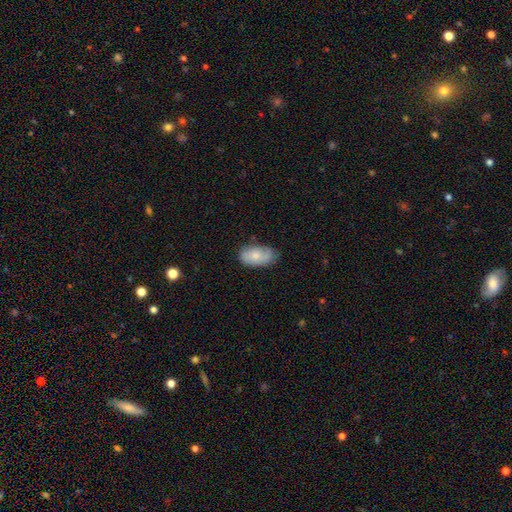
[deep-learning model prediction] Smooth or featured? smooth (68%)
How rounded? in between (93%)
Merging? none (63%)